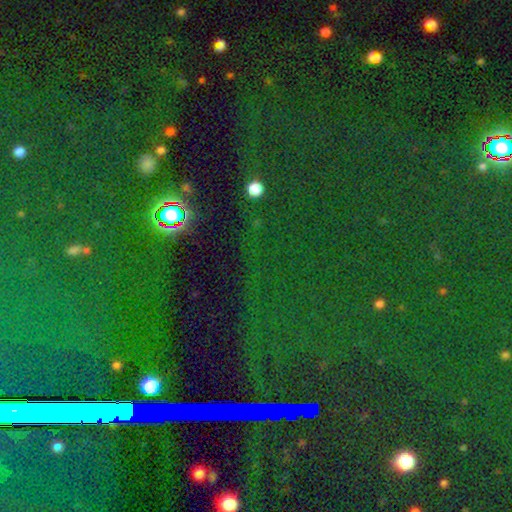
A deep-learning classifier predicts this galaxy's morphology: A star or artifact, not a galaxy (84%).